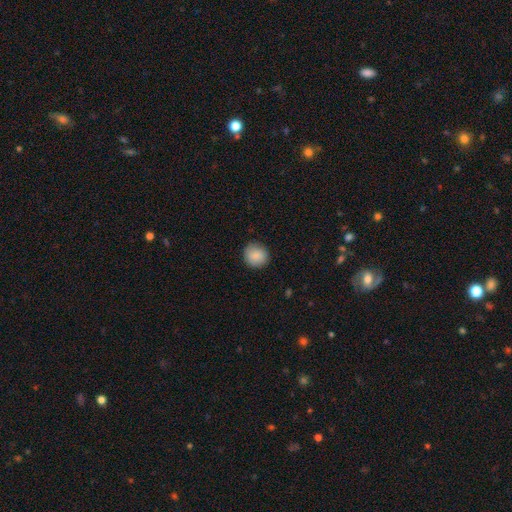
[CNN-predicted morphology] Smooth or featured? Predicted: smooth (p=0.88). How rounded? Predicted: round (p=0.88). Merging? Predicted: none (p=0.87).